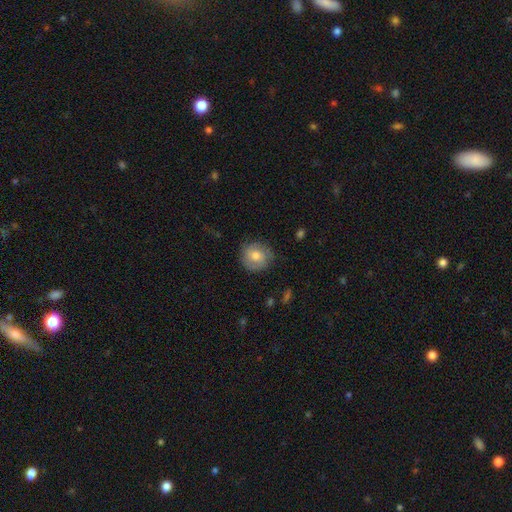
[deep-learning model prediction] smooth 55%, featured or disk 38%, star or artifact 8%. Down the decision tree: how rounded — round (87%); merging — none (76%).